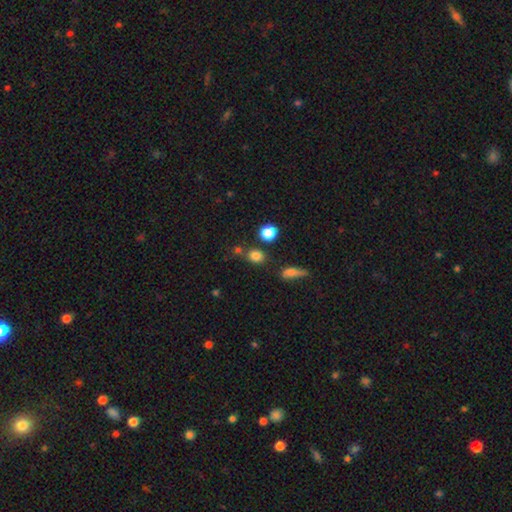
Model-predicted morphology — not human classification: Q: Smooth or featured?
A: smooth (80%); runner-up: star or artifact (14%)
Q: How rounded?
A: round (70%); runner-up: in between (27%)
Q: Merging?
A: none (69%); runner-up: merger (13%)